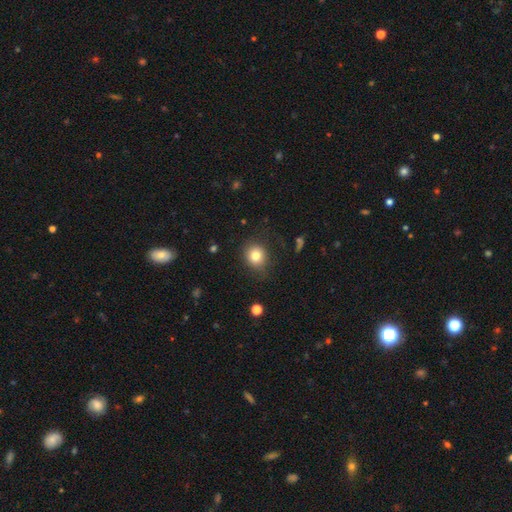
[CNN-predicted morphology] A smooth galaxy with no disk features (79%) that is round (79%).

Vote fractions:
- Smooth or featured? smooth: 79% / star or artifact: 12% / featured or disk: 9%
- How rounded? round: 79% / in between: 20% / cigar-shaped: 1%
- Merging? none: 81% / minor disturbance: 13% / major disturbance: 4% / merger: 1%